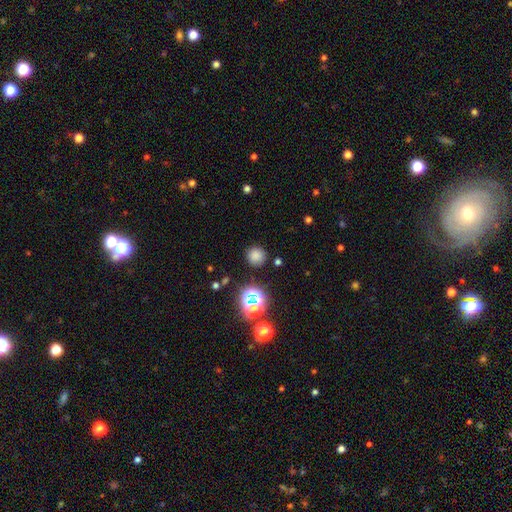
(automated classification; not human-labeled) This is likely a smooth galaxy (74%). How rounded: clearly round (92%). Merging: clearly none (86%).